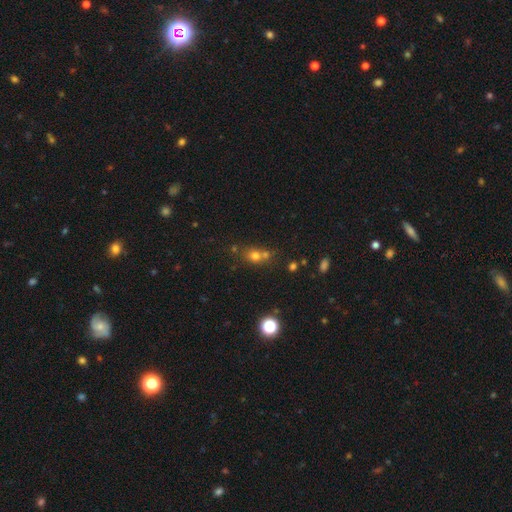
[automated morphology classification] smooth 65%, star or artifact 23%, featured or disk 12%. Down the decision tree: how rounded — round (71%); merging — none (48%).